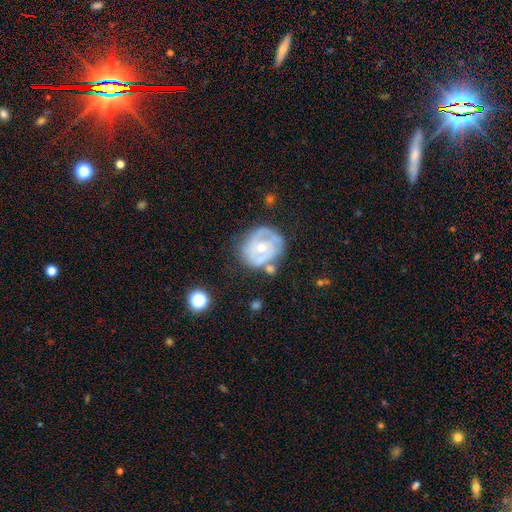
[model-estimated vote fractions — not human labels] This is likely a featured or disk galaxy (72%). It is clearly not viewed edge-on (97%). Bar: likely no (69%). Spiral arm pattern: likely yes (69%). Central bulge: possibly moderate (53%). Merging: possibly none (58%).